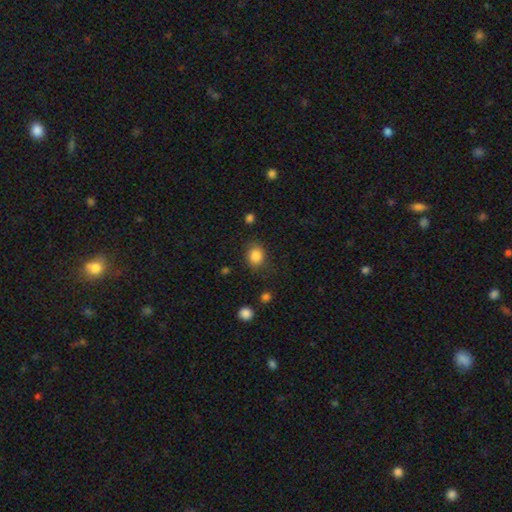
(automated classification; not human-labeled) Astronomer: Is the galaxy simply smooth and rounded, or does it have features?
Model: smooth — 85%.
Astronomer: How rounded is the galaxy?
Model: round — 56% (runner-up: in between, 43%).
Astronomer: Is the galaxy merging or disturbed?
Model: none — 80%.